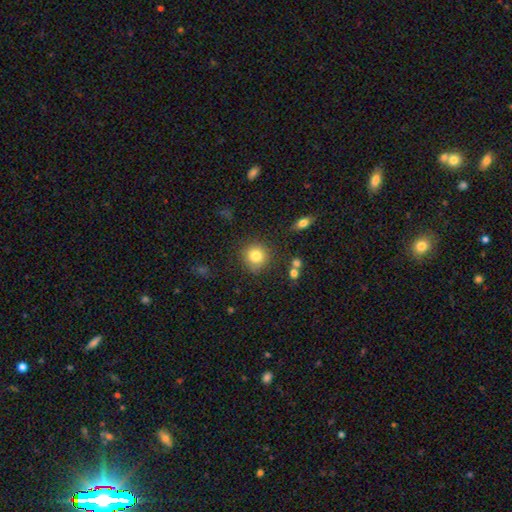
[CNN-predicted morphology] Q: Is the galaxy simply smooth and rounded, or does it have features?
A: smooth — 82%.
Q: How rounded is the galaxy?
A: round — 90%.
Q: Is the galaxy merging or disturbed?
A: none — 81%.